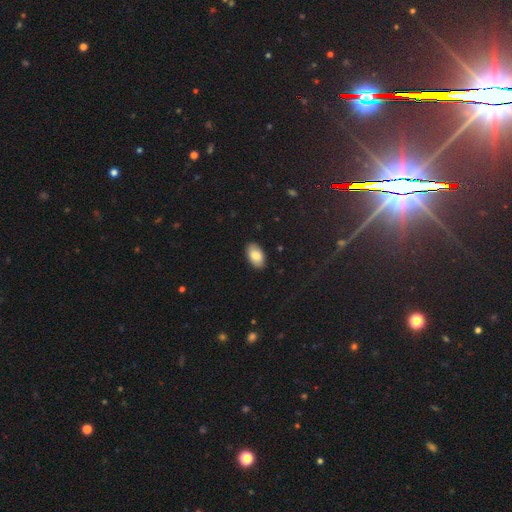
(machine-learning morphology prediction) smooth_or_featured: smooth (p=0.84) [alt: featured or disk p=0.09]
how_rounded: in between (p=0.94) [alt: round p=0.04]
merging: none (p=0.88) [alt: minor disturbance p=0.09]